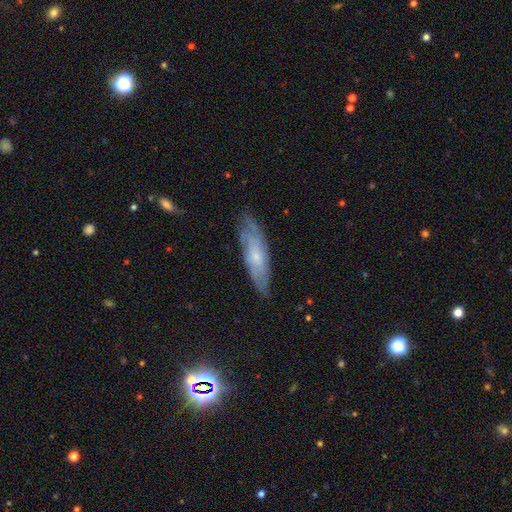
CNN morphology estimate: Overall: featured or disk (60%; smooth 32%). Edge-on disk: no (68%; yes 32%). Merging: none (75%).